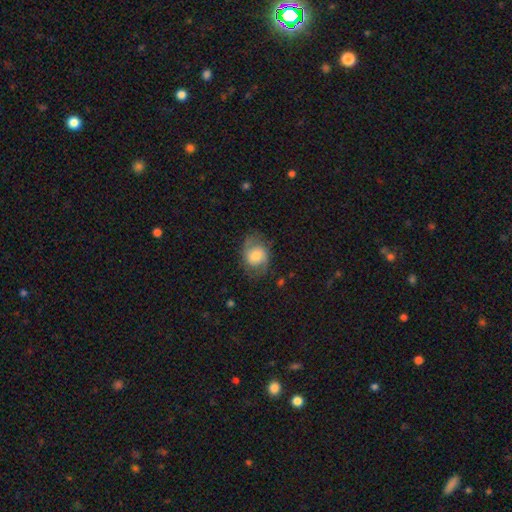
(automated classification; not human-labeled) featured or disk 52%, smooth 40%, star or artifact 8%. Down the decision tree: edge-on disk — no (97%); bar — no (62%); spiral arms — yes (84%); bulge size — moderate (46%); merging — none (68%).